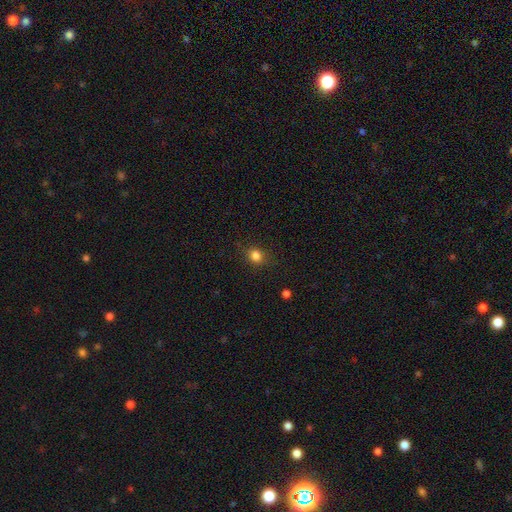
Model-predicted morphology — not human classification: A smooth galaxy with no disk features (83%) that is round (74%). Merging: none (84%).